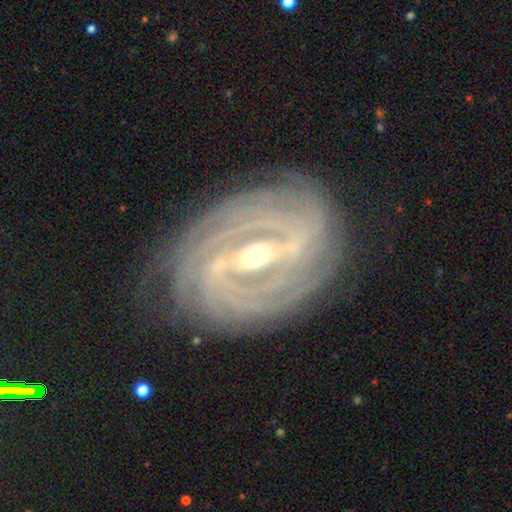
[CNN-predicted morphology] Smooth or featured? Predicted: featured or disk (p=0.90). Edge-on disk? Predicted: no (p=0.94). Bar? Predicted: strong (p=0.69). Spiral arms? Predicted: yes (p=0.97). Spiral winding? Predicted: tight (p=0.78). Spiral arm count? Predicted: can't tell (p=0.23). Bulge size? Predicted: moderate (p=0.58). Merging? Predicted: none (p=0.82).